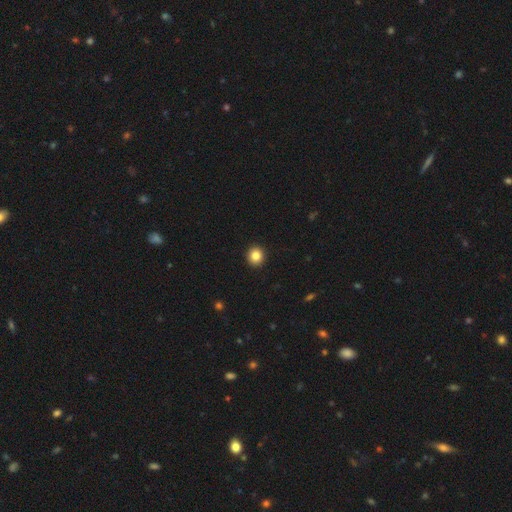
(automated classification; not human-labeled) Smooth or featured?
  - smooth: 85% *
  - star or artifact: 10%
  - featured or disk: 5%
How rounded?
  - round: 89% *
  - in between: 10%
  - cigar-shaped: 1%
Merging?
  - none: 93% *
  - minor disturbance: 4%
  - major disturbance: 1%
  - merger: 1%